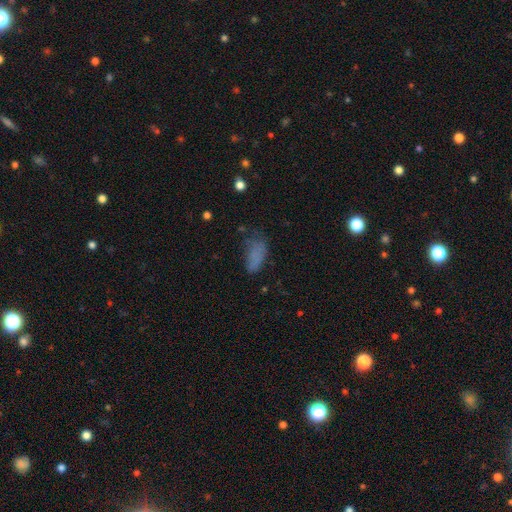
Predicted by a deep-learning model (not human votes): The model was most divided on "merging": none: 44%, minor disturbance: 30%, major disturbance: 22%, merger: 4%. More confident: how rounded — in between (86%); smooth or featured — smooth (72%).